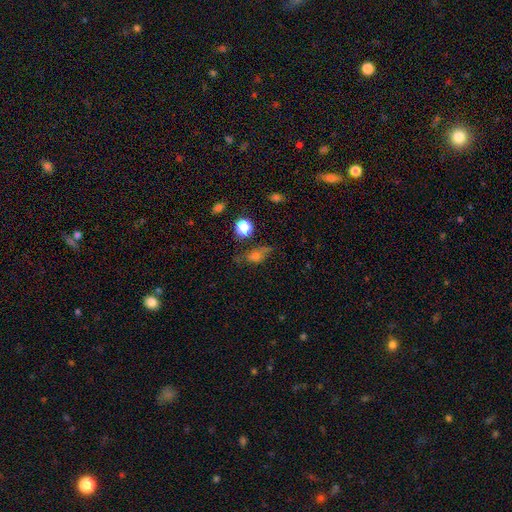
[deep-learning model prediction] Smooth or featured: smooth — 50% (star or artifact — 25%)
How rounded: in between — 58% (round — 32%)
Merging: none — 53% (minor disturbance — 25%)